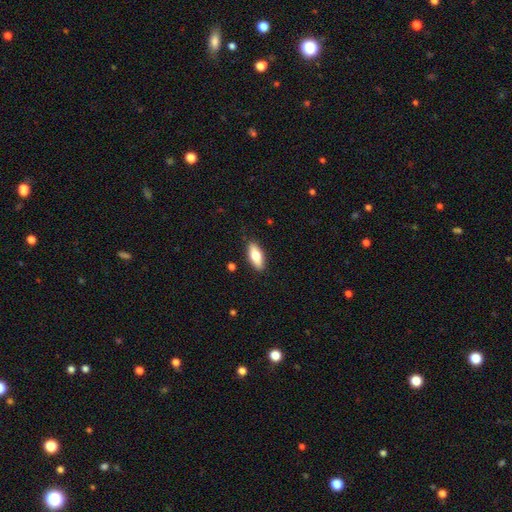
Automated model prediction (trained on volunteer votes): This appears to be a smooth galaxy with no disk features (73%) that is in between round and cigar-shaped (76%). Merging: none (87%).